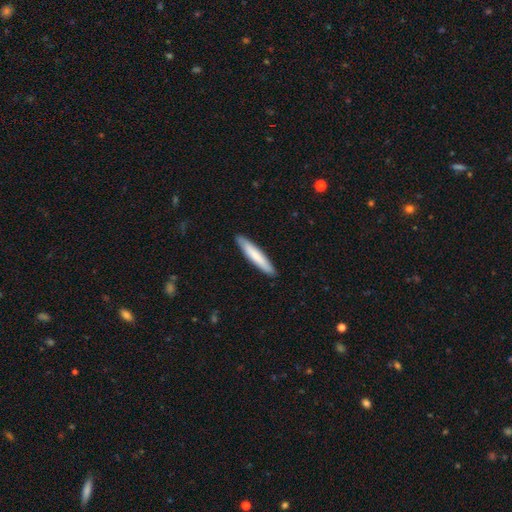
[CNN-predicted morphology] The model was most divided on "smooth or featured": smooth: 76%, featured or disk: 19%, star or artifact: 5%. More confident: how rounded — cigar-shaped (92%); merging — none (90%).